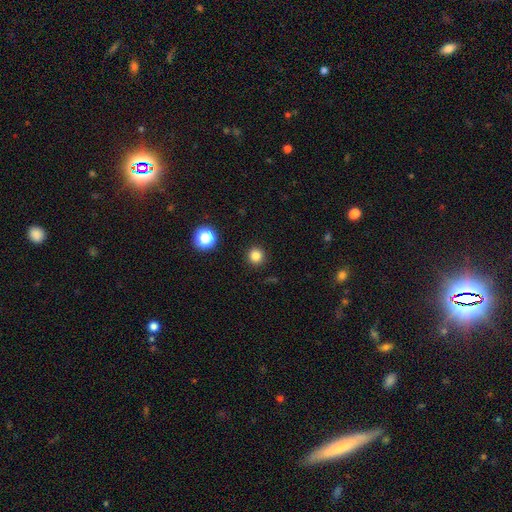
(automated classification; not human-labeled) Q: Smooth or featured?
A: smooth (81%); runner-up: star or artifact (14%)
Q: How rounded?
A: round (95%); runner-up: in between (4%)
Q: Merging?
A: none (93%); runner-up: minor disturbance (4%)